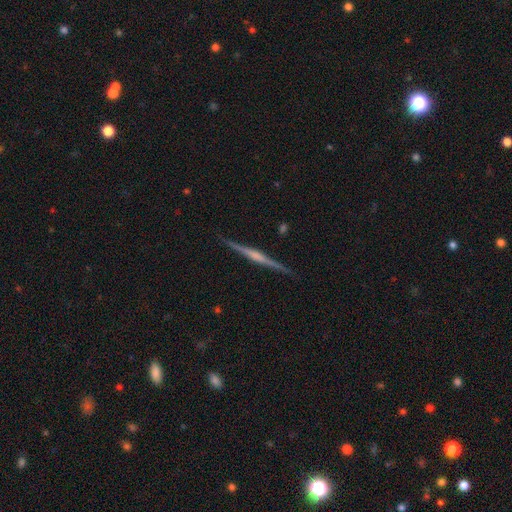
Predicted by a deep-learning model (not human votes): Overall: featured or disk (79%). Edge-on disk: yes (98%). Edge-on bulge: rounded (53%; none 27%). Merging: none (91%).